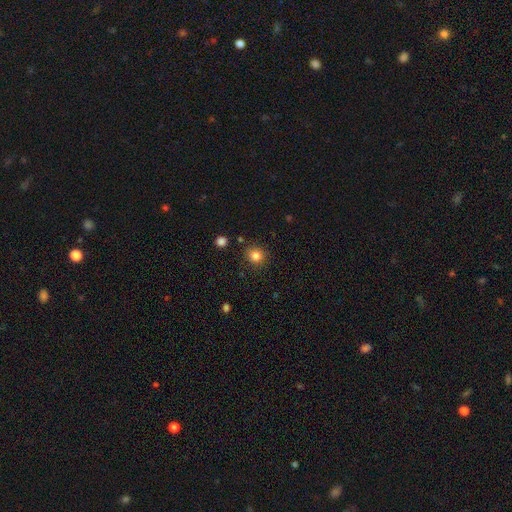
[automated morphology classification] A smooth galaxy with no disk features (83%) that is round (88%).

Vote fractions:
- Smooth or featured? smooth: 83% / star or artifact: 12% / featured or disk: 5%
- How rounded? round: 88% / in between: 11% / cigar-shaped: 1%
- Merging? none: 87% / minor disturbance: 8% / merger: 3% / major disturbance: 2%